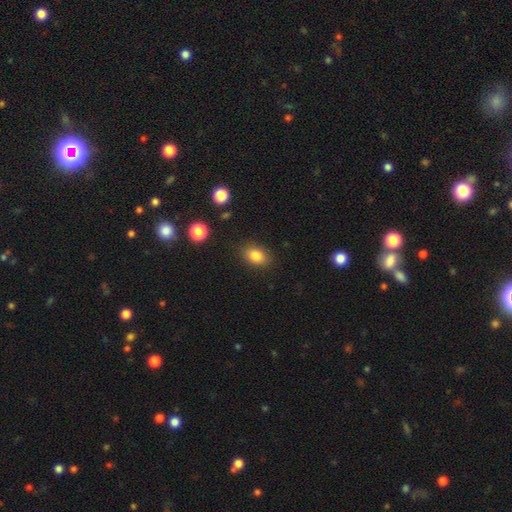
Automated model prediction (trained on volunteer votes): smooth-or-featured: smooth: 84% | star or artifact: 10% | featured or disk: 6%
  how-rounded: in between: 78% | round: 20% | cigar-shaped: 1%
  merging: none: 85% | minor disturbance: 10% | major disturbance: 3% | merger: 1%